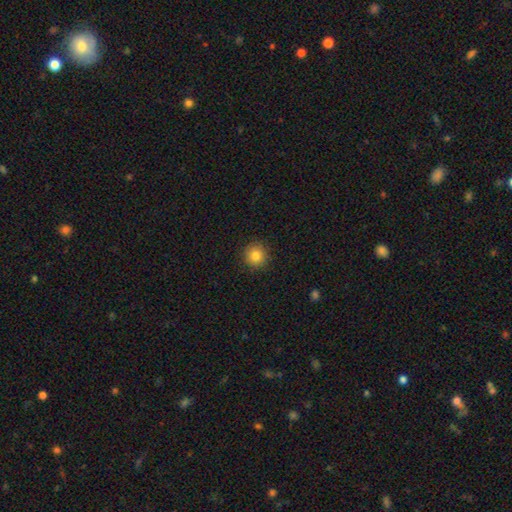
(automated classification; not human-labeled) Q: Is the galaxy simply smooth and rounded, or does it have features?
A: smooth — 83%.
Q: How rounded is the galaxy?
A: round — 94%.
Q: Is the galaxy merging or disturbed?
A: none — 92%.